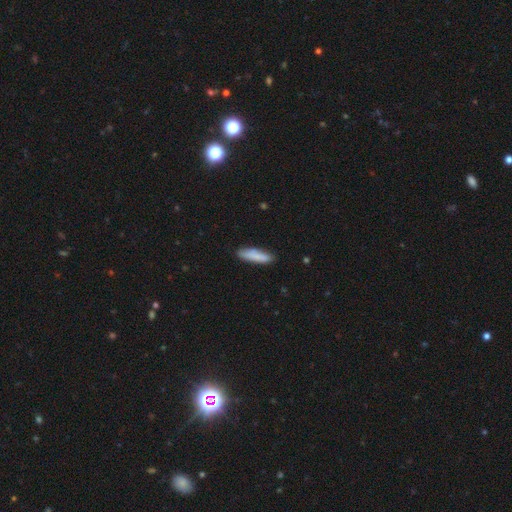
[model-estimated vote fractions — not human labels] This appears to be a smooth galaxy with no disk features (83%) that is cigar-shaped (69%). Merging: none (80%).